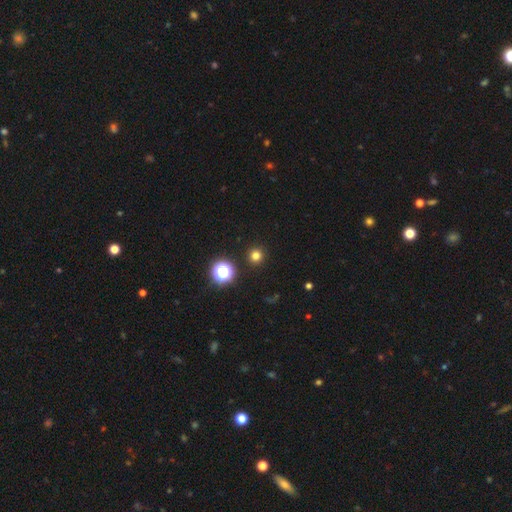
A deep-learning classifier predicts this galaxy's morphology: type=smooth (77%); roundness=round (96%); merging=none (93%).